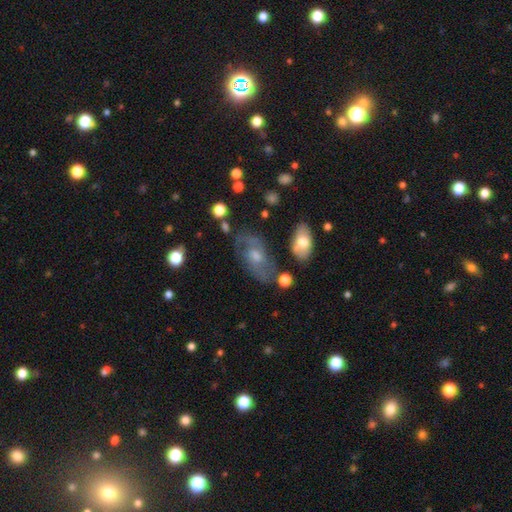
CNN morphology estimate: Q: Smooth or featured?
A: featured or disk (64%); runner-up: smooth (24%)
Q: Edge-on disk?
A: no (92%); runner-up: yes (8%)
Q: Bar?
A: no (68%); runner-up: weak (28%)
Q: Spiral arms?
A: yes (77%); runner-up: no (23%)
Q: Bulge size?
A: moderate (54%); runner-up: small (31%)
Q: Merging?
A: none (64%); runner-up: minor disturbance (20%)